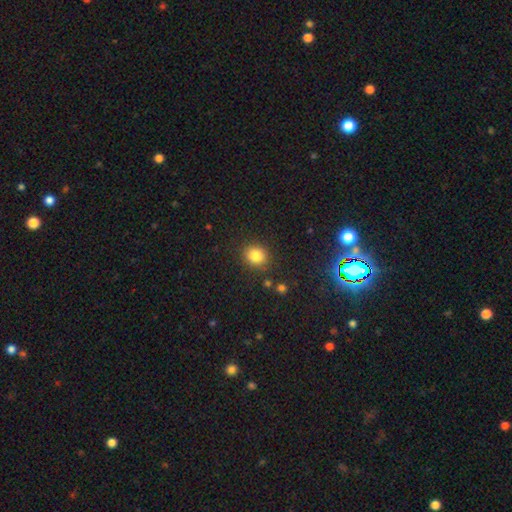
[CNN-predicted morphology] The model was most divided on "how rounded": round: 77%, in between: 23%, cigar-shaped: 1%. More confident: merging — none (86%); smooth or featured — smooth (83%).